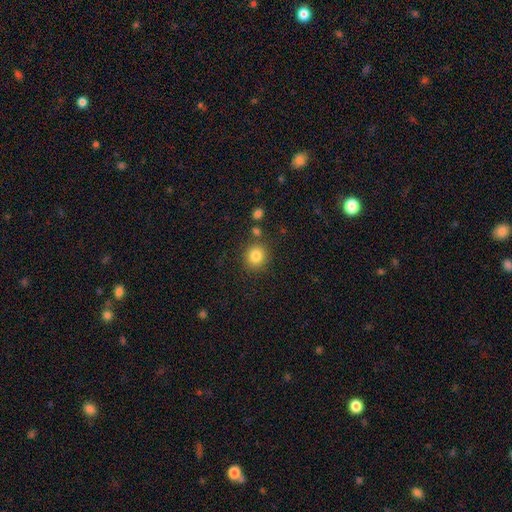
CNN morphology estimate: type=smooth (83%); roundness=round (88%); merging=none (83%).